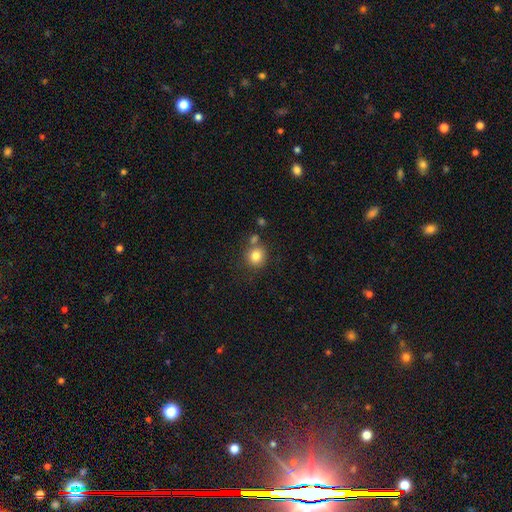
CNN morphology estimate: This appears to be a smooth galaxy with no disk features (81%) that is round (88%). Merging: none (70%).